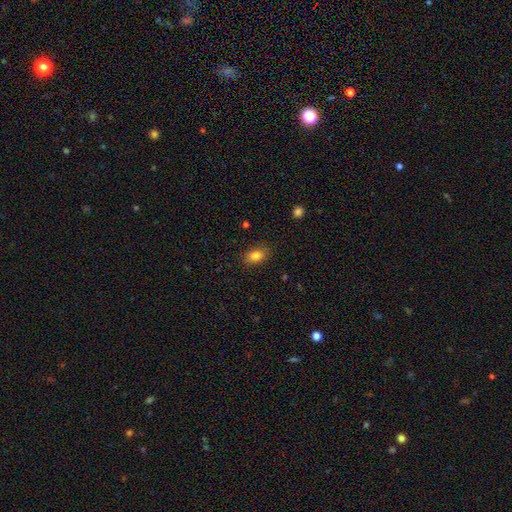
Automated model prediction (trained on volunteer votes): Smooth or featured? Predicted: smooth (p=0.83). How rounded? Predicted: in between (p=0.79). Merging? Predicted: none (p=0.85).